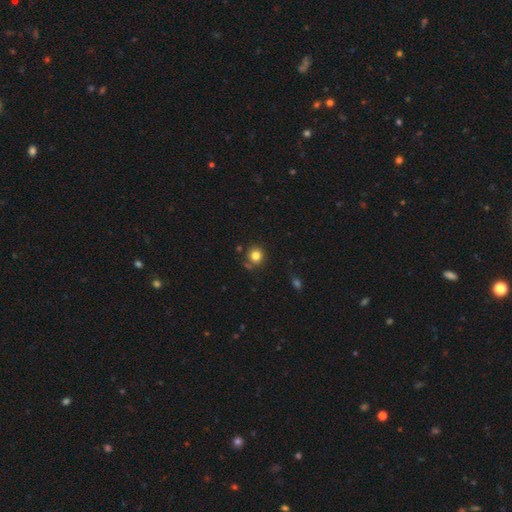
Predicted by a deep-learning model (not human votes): This is clearly a smooth galaxy (81%). How rounded: clearly round (90%). Merging: likely none (80%).